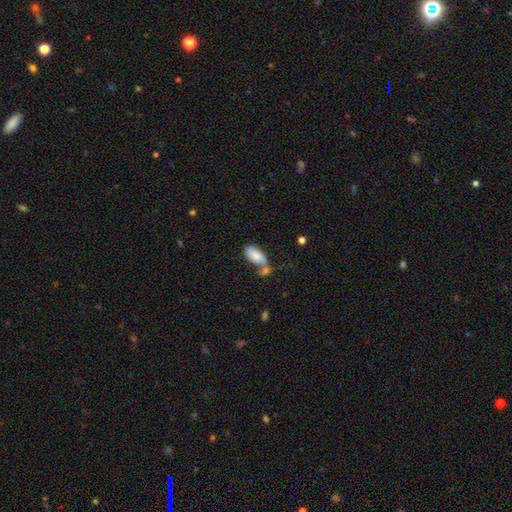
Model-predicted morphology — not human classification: The model was most divided on "merging": merger: 37%, none: 36%, minor disturbance: 18%, major disturbance: 10%. More confident: how rounded — in between (93%); smooth or featured — smooth (77%).